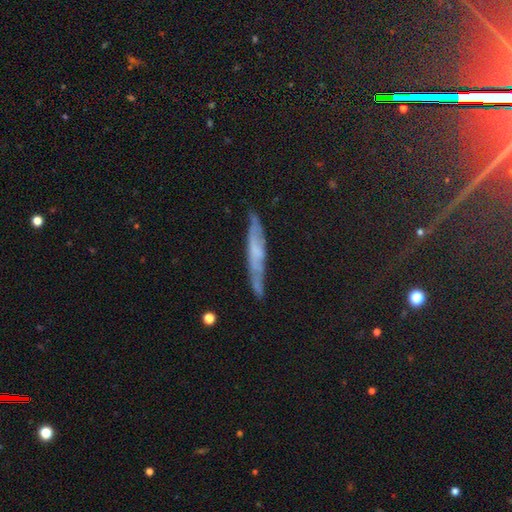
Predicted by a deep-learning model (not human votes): This is possibly a featured or disk galaxy (47%). Merging: likely none (79%).